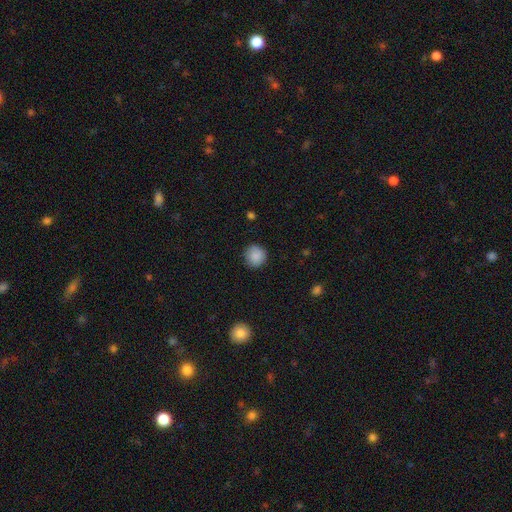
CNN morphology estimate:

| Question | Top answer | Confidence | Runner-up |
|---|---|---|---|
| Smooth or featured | smooth | 88% | star or artifact (8%) |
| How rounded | round | 93% | in between (6%) |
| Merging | none | 88% | minor disturbance (9%) |